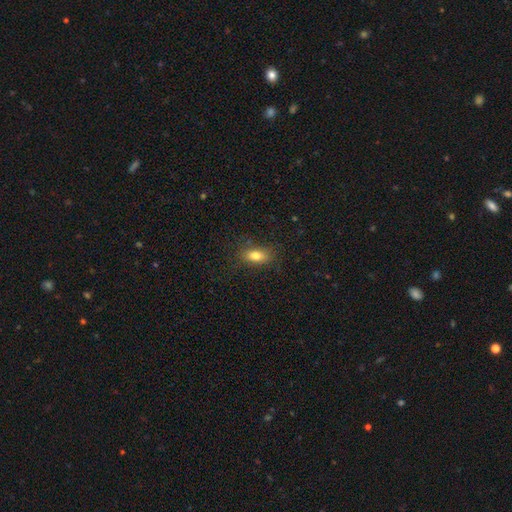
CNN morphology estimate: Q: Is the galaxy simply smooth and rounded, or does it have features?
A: smooth — 79%.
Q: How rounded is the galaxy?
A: in between — 82%.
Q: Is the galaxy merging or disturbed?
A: none — 81%.